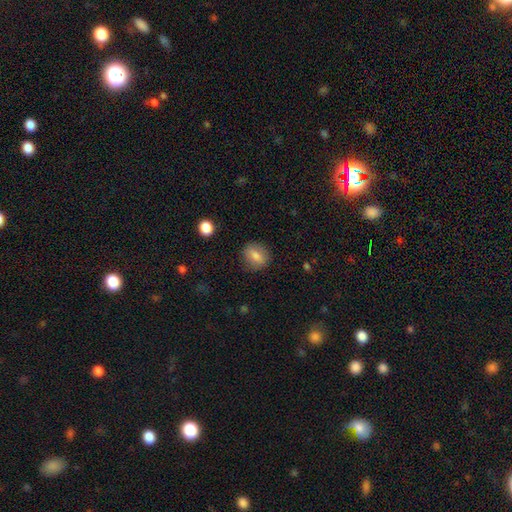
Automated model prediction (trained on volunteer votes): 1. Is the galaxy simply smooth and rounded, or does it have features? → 76% smooth, 16% featured or disk, 9% star or artifact.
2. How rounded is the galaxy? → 65% round, 34% in between, 2% cigar-shaped.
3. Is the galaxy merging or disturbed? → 85% none, 11% minor disturbance, 3% major disturbance, 1% merger.